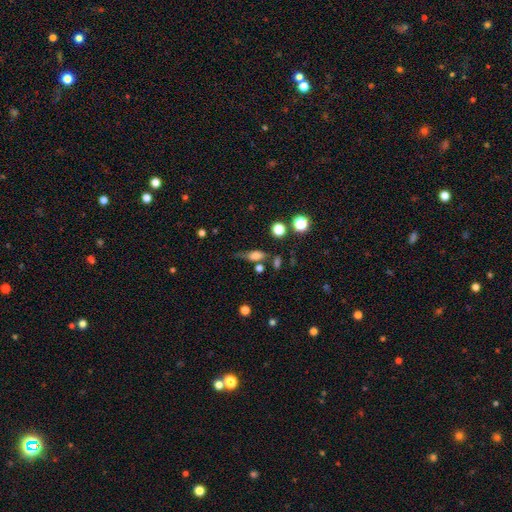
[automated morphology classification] This appears to be a smooth galaxy with no disk features (69%) that is in between round and cigar-shaped (69%). Merging: none (51%).